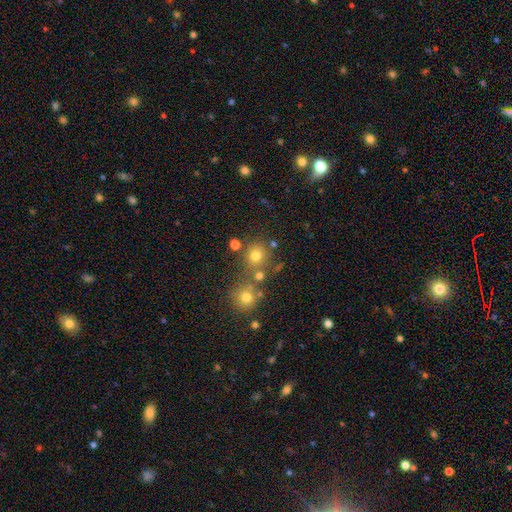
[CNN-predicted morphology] Overall: smooth (71%). How rounded: round (88%). Merging: none (67%).